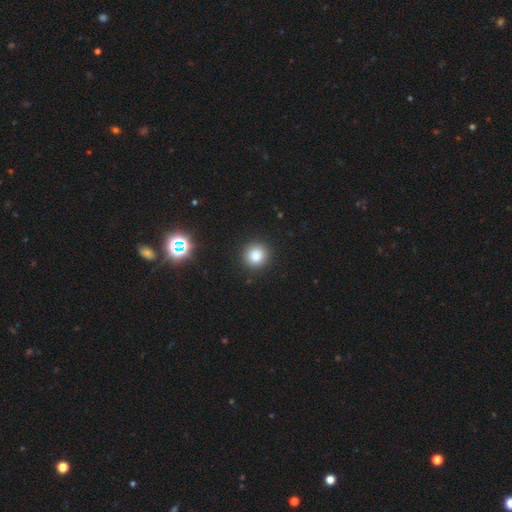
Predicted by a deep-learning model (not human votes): A smooth galaxy with no disk features (83%) that is round (92%).

Vote fractions:
- Smooth or featured? smooth: 83% / star or artifact: 13% / featured or disk: 5%
- How rounded? round: 92% / in between: 7% / cigar-shaped: 1%
- Merging? none: 91% / minor disturbance: 6% / major disturbance: 2% / merger: 1%